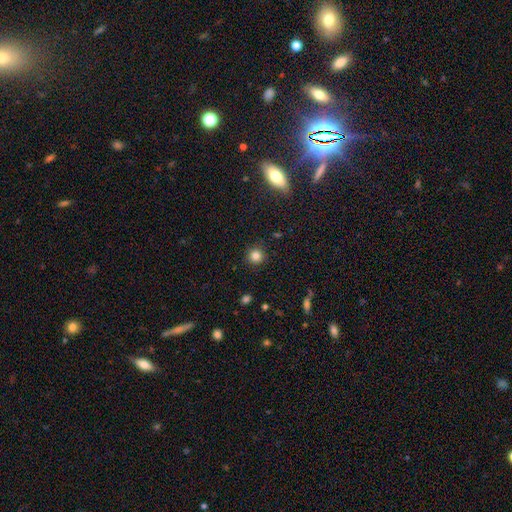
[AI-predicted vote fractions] smooth 82%, star or artifact 13%, featured or disk 5%. Down the decision tree: how rounded — round (94%); merging — none (91%).